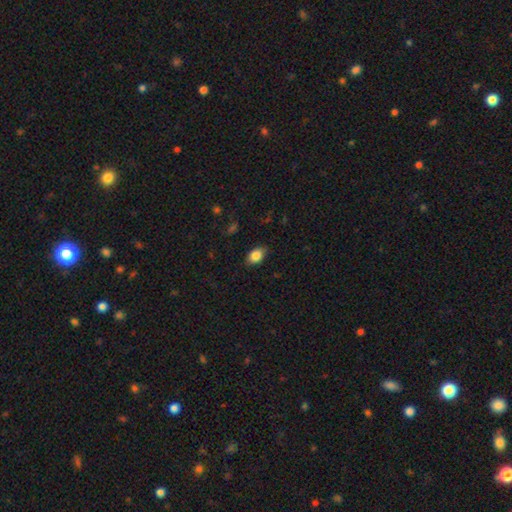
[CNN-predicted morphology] Q: Smooth or featured?
A: smooth (85%); runner-up: star or artifact (8%)
Q: How rounded?
A: in between (83%); runner-up: round (15%)
Q: Merging?
A: none (83%); runner-up: minor disturbance (13%)